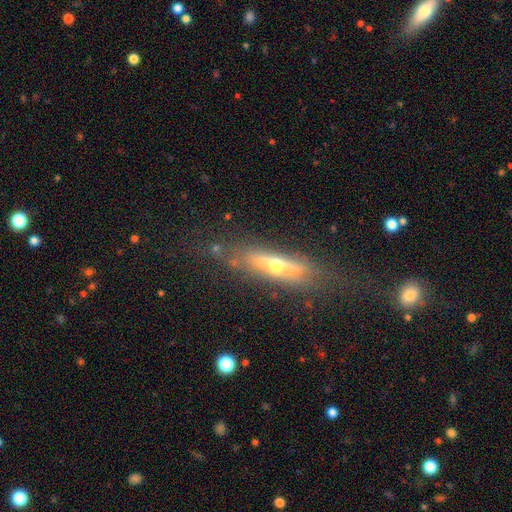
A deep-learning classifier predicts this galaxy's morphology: featured or disk 54%, smooth 36%, star or artifact 10%. Down the decision tree: edge-on disk — yes (73%); merging — none (65%).